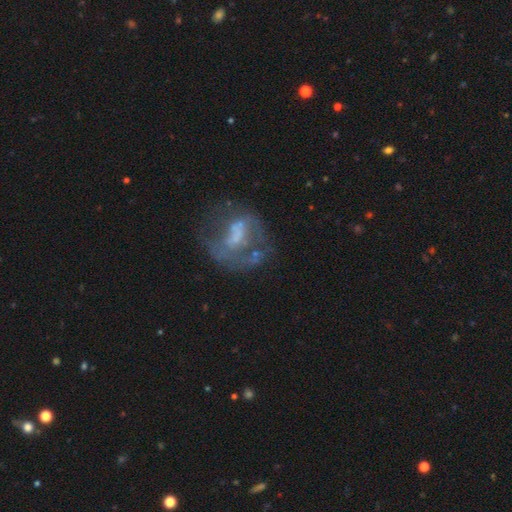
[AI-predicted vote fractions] Morphology: type=featured or disk (63%); edge-on=no (97%); bar=no (61%); spiral arms=no (61%); bulge=none (44%); merging=none (43%).